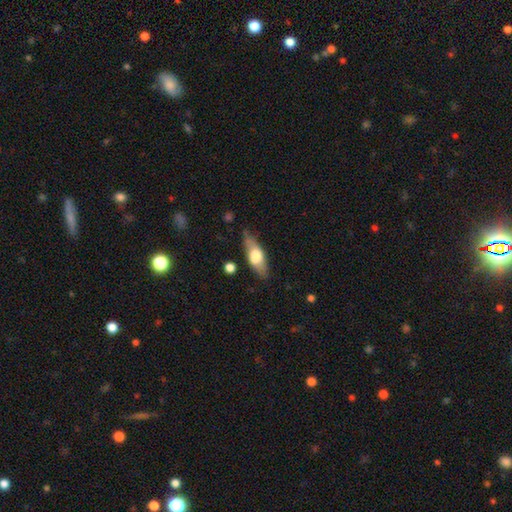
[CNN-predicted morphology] Smooth or featured?
  - smooth: 57% *
  - featured or disk: 37%
  - star or artifact: 6%
How rounded?
  - in between: 63% *
  - cigar-shaped: 34%
  - round: 3%
Merging?
  - none: 72% *
  - minor disturbance: 20%
  - major disturbance: 5%
  - merger: 3%